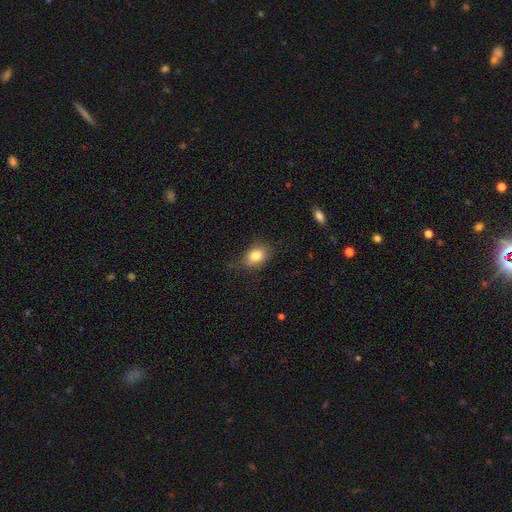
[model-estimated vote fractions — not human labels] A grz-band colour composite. It shows a smooth galaxy with no disk features (82%) that is in between round and cigar-shaped (78%). Merging: none (76%).